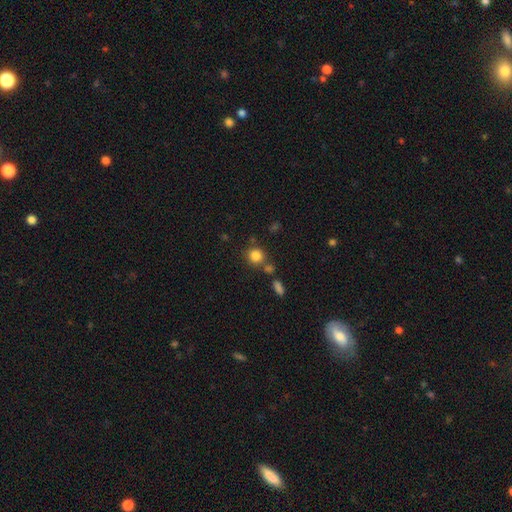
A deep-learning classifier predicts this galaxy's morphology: Q: Smooth or featured?
A: smooth (83%); runner-up: star or artifact (11%)
Q: How rounded?
A: round (87%); runner-up: in between (12%)
Q: Merging?
A: none (70%); runner-up: merger (16%)